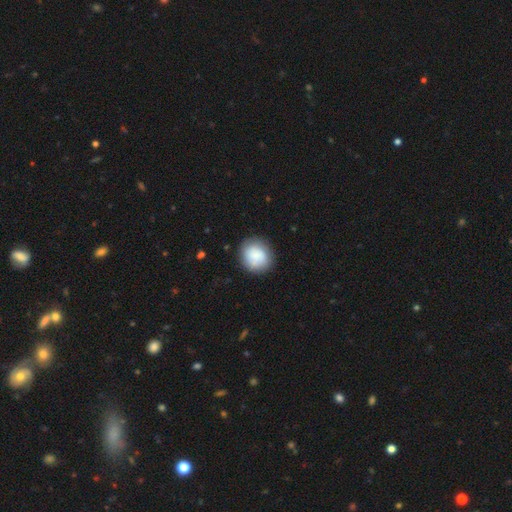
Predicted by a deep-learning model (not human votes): Smooth or featured? smooth (82%)
How rounded? round (85%)
Merging? none (82%)